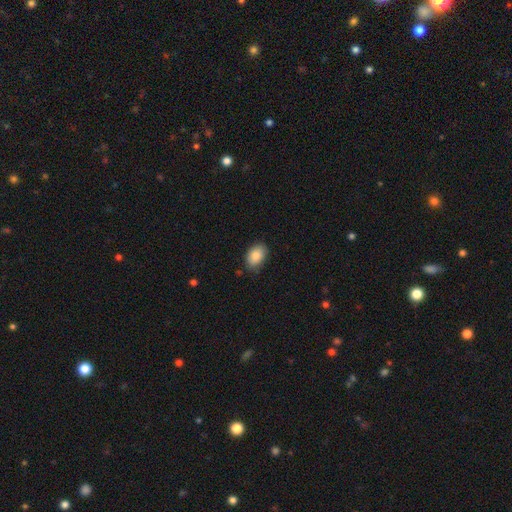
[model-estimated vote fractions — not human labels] Smooth or featured?
  - smooth: 88% *
  - star or artifact: 7%
  - featured or disk: 5%
How rounded?
  - in between: 89% *
  - round: 10%
  - cigar-shaped: 1%
Merging?
  - none: 82% *
  - minor disturbance: 14%
  - major disturbance: 3%
  - merger: 1%